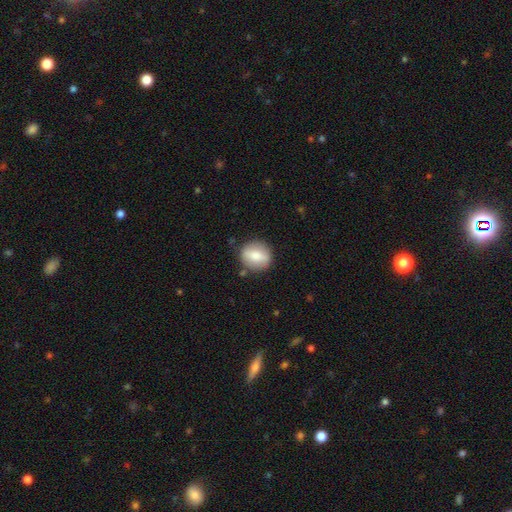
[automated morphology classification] A smooth galaxy with no disk features (68%) that is round (78%). Merging: none (84%).